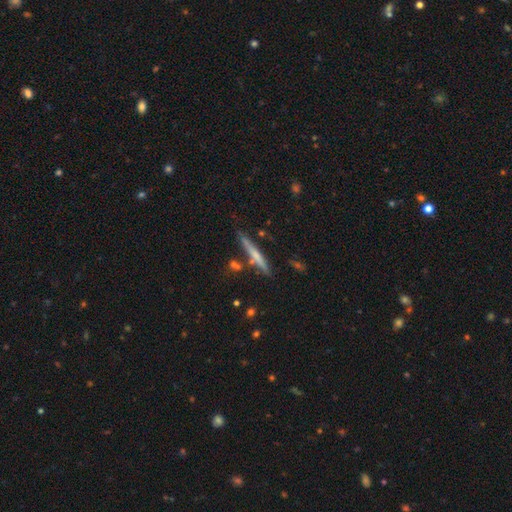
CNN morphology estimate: Smooth or featured: smooth — 49% (featured or disk — 44%)
Merging: none — 77% (minor disturbance — 12%)